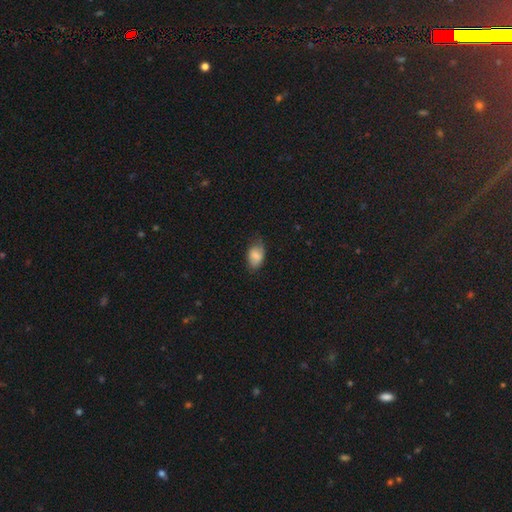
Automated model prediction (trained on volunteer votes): This is likely a smooth galaxy (77%). How rounded: clearly in between (88%). Merging: likely none (63%).